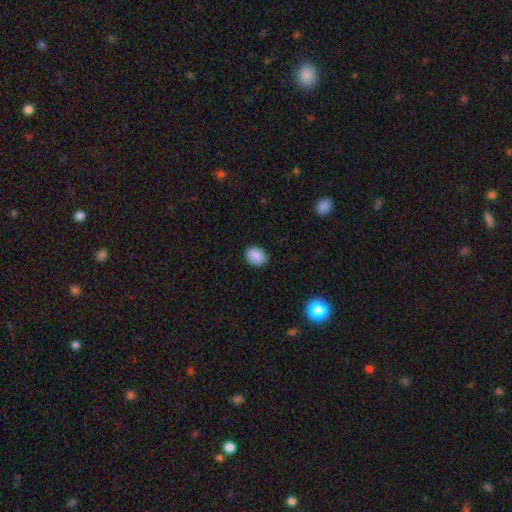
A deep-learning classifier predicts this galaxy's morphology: Smooth or featured: smooth — 89% (star or artifact — 8%)
How rounded: in between — 60% (round — 39%)
Merging: none — 86% (minor disturbance — 11%)